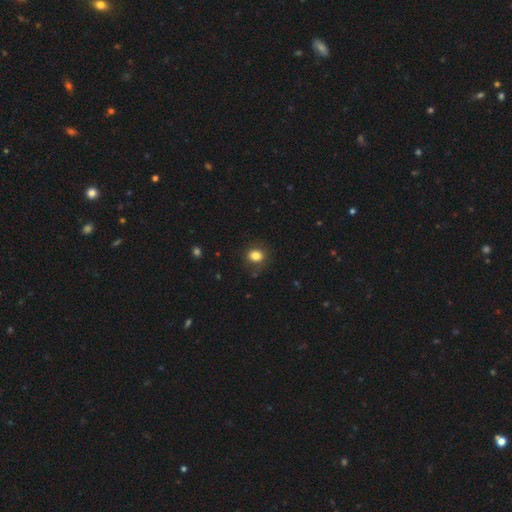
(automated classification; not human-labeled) smooth_or_featured: smooth (p=0.84) [alt: star or artifact p=0.11]
how_rounded: round (p=0.59) [alt: in between p=0.40]
merging: none (p=0.83) [alt: minor disturbance p=0.12]